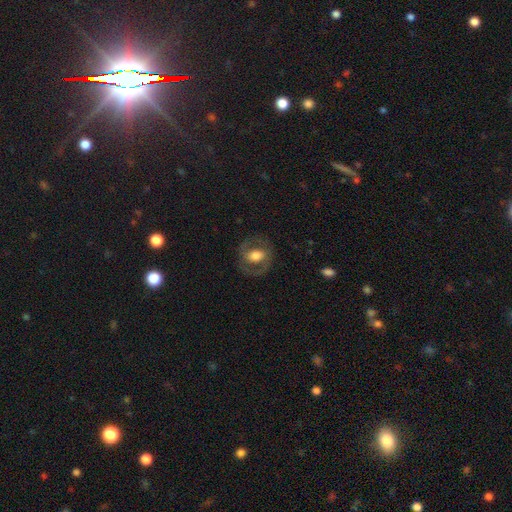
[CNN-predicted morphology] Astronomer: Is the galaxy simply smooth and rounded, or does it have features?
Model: featured or disk — 57% (runner-up: smooth, 36%).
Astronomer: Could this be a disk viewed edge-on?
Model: no — 94%.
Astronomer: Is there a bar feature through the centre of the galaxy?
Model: no — 47% (runner-up: weak, 33%).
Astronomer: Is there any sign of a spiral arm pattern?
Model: yes — 51% (runner-up: no, 49%).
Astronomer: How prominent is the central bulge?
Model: moderate — 45% (runner-up: large, 41%).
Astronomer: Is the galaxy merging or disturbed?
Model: none — 76%.